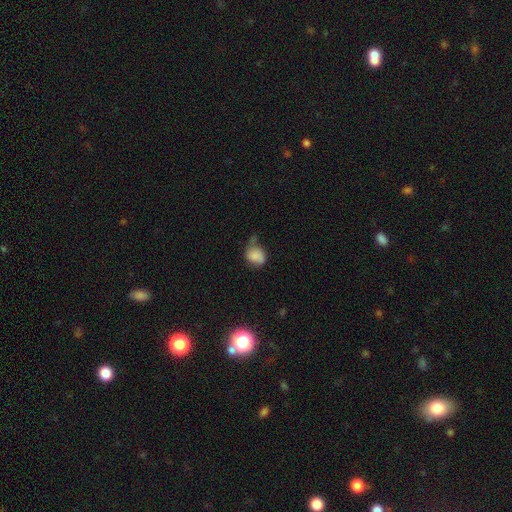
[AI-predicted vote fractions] Smooth or featured?
  - smooth: 71% *
  - featured or disk: 18%
  - star or artifact: 11%
How rounded?
  - in between: 55% *
  - round: 44%
  - cigar-shaped: 1%
Merging?
  - minor disturbance: 34% *
  - none: 32%
  - major disturbance: 23%
  - merger: 11%